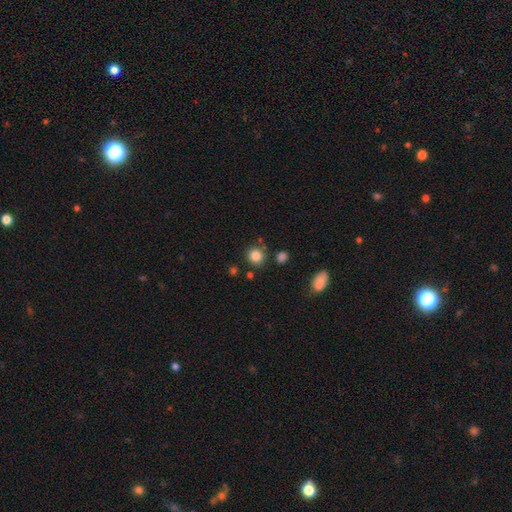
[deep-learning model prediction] A smooth galaxy with no disk features (84%) that is round (88%). Merging: none (81%).